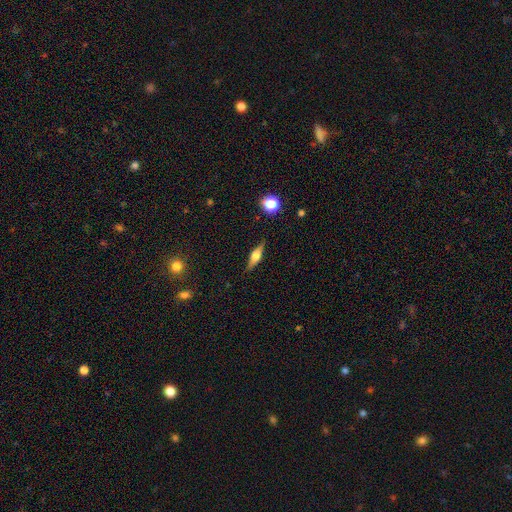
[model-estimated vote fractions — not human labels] This appears to be a featured or disk galaxy (60%) viewed edge-on (95%) with a rounded central bulge (88%). Merging: none (86%).